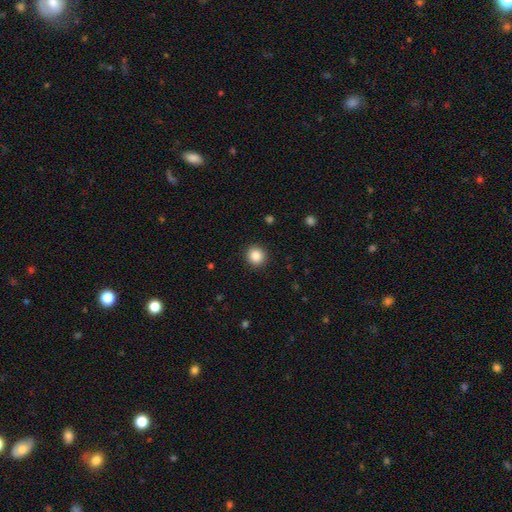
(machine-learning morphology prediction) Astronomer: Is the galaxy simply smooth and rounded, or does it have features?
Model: smooth — 86%.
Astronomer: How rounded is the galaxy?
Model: round — 92%.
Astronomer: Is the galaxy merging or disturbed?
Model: none — 92%.